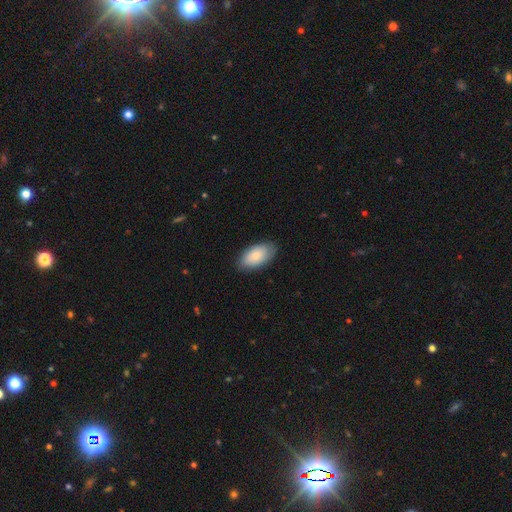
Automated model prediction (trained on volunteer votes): Smooth or featured? smooth (82%)
How rounded? in between (95%)
Merging? none (83%)